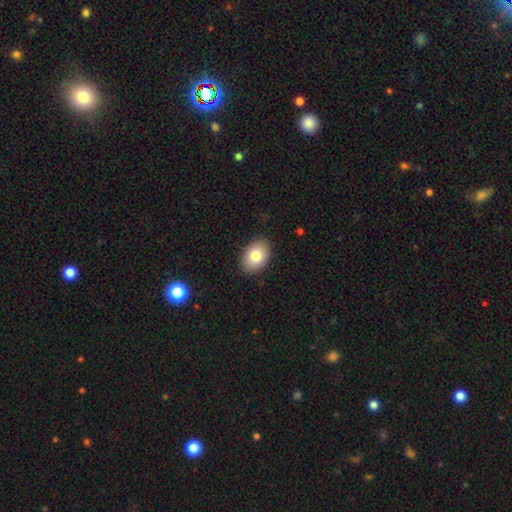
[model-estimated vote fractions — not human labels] A smooth galaxy with no disk features (81%) that is in between round and cigar-shaped (82%).

Vote fractions:
- Smooth or featured? smooth: 81% / featured or disk: 11% / star or artifact: 8%
- How rounded? in between: 82% / round: 17% / cigar-shaped: 1%
- Merging? none: 88% / minor disturbance: 9% / major disturbance: 2% / merger: 1%